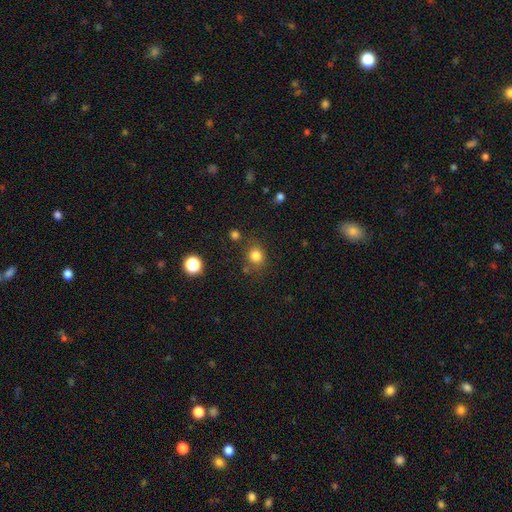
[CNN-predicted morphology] smooth_or_featured: smooth (p=0.81) [alt: star or artifact p=0.13]
how_rounded: round (p=0.79) [alt: in between p=0.21]
merging: none (p=0.76) [alt: minor disturbance p=0.13]